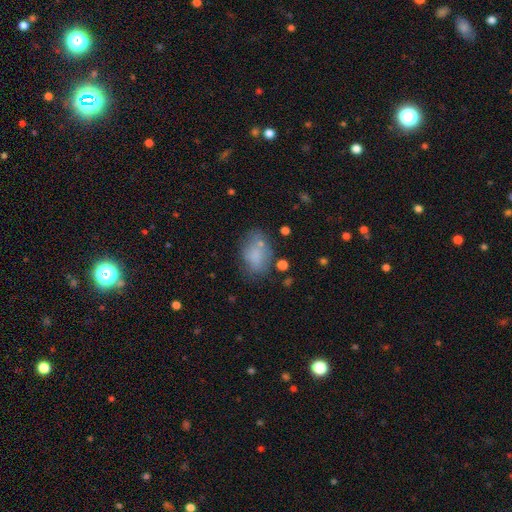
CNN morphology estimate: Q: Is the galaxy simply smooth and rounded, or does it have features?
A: smooth — 73%.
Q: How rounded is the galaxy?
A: in between — 82%.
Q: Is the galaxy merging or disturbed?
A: none — 54%.